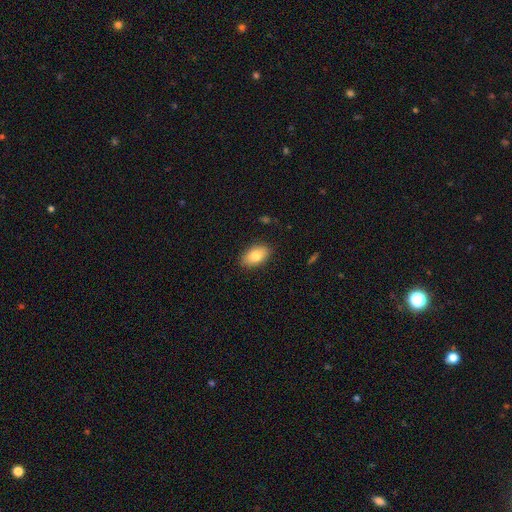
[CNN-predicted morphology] Smooth or featured?
  - smooth: 82% *
  - featured or disk: 11%
  - star or artifact: 7%
How rounded?
  - in between: 91% *
  - round: 7%
  - cigar-shaped: 2%
Merging?
  - none: 88% *
  - minor disturbance: 9%
  - major disturbance: 2%
  - merger: 1%